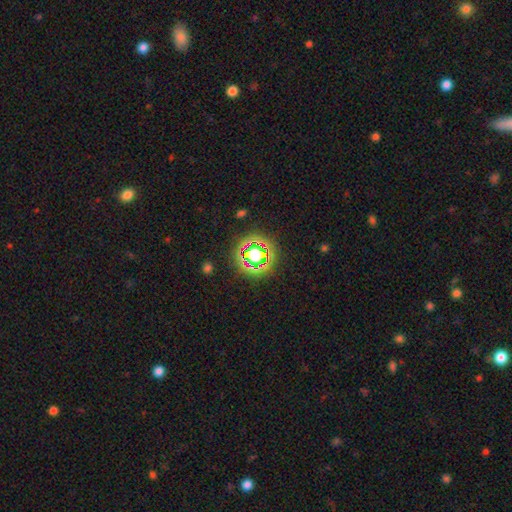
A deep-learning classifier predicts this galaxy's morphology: Overall: star or artifact (51%; smooth 36%).